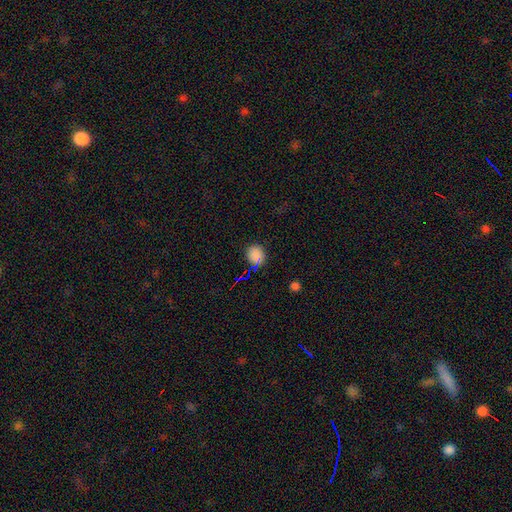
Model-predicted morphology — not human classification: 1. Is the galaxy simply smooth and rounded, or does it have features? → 74% smooth, 21% star or artifact, 5% featured or disk.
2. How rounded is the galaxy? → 81% round, 17% in between, 1% cigar-shaped.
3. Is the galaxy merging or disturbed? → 83% none, 12% minor disturbance, 3% major disturbance, 2% merger.